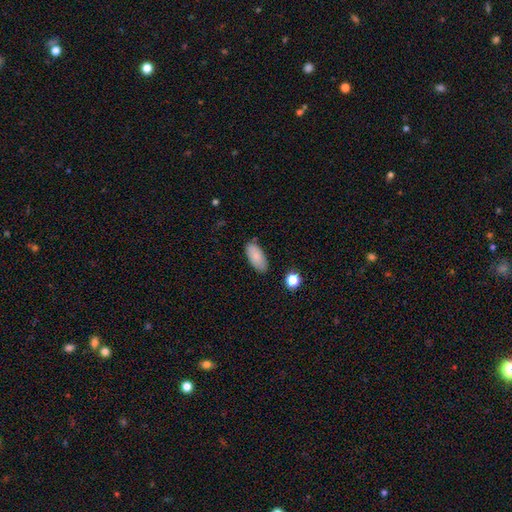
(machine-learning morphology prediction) A smooth galaxy with no disk features (84%) that is in between round and cigar-shaped (91%).

Vote fractions:
- Smooth or featured? smooth: 84% / featured or disk: 9% / star or artifact: 7%
- How rounded? in between: 91% / cigar-shaped: 7% / round: 2%
- Merging? none: 81% / minor disturbance: 14% / merger: 3% / major disturbance: 3%